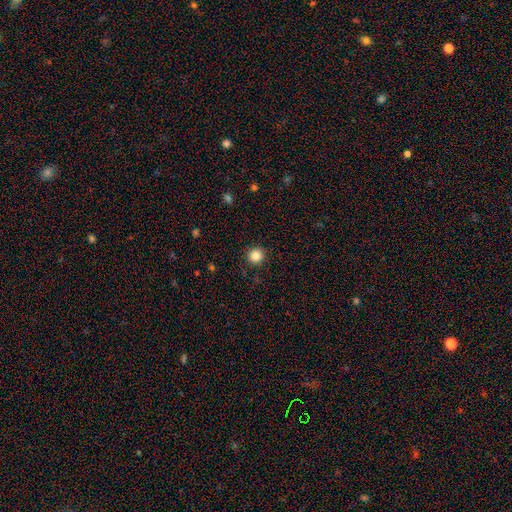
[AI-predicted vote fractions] Morphology: type=smooth (84%); roundness=round (94%); merging=none (92%).